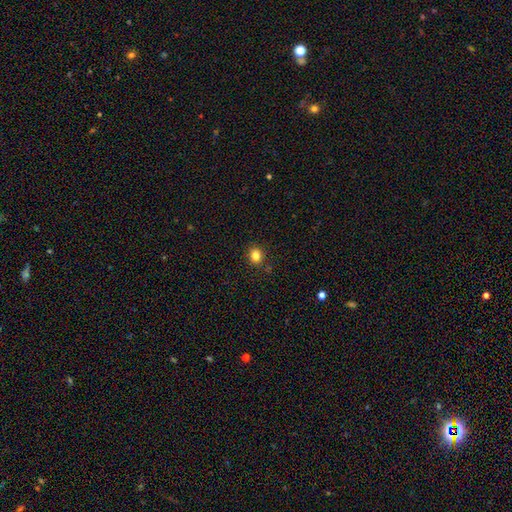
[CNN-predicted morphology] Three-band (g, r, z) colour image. It shows a smooth galaxy with no disk features (82%) that is round (76%). Merging: none (89%).